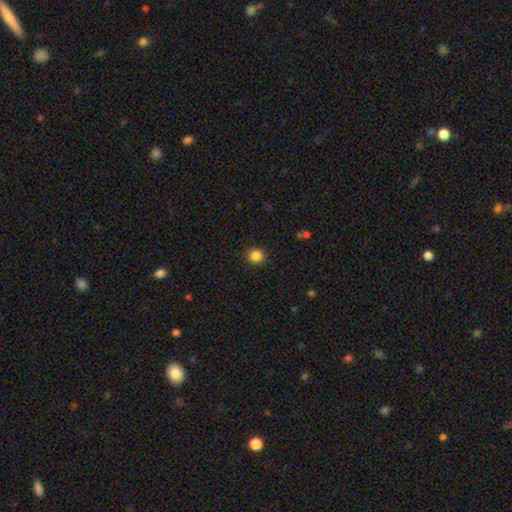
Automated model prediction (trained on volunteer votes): smooth_or_featured: smooth (p=0.86) [alt: star or artifact p=0.11]
how_rounded: round (p=0.84) [alt: in between p=0.16]
merging: none (p=0.90) [alt: minor disturbance p=0.06]